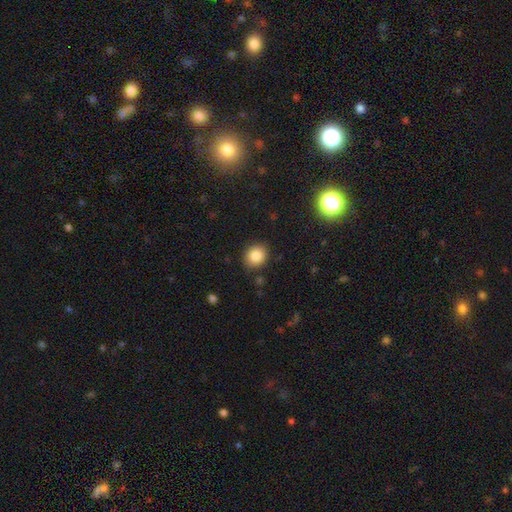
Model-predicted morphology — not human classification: smooth-or-featured: smooth: 85% | star or artifact: 10% | featured or disk: 5%
  how-rounded: round: 72% | in between: 27% | cigar-shaped: 1%
  merging: none: 87% | minor disturbance: 9% | major disturbance: 3% | merger: 2%